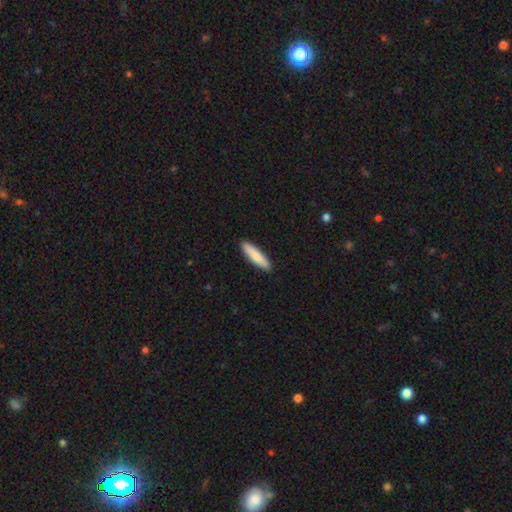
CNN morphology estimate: smooth_or_featured: smooth (p=0.81) [alt: featured or disk p=0.14]
how_rounded: cigar-shaped (p=0.78) [alt: in between p=0.21]
merging: none (p=0.91) [alt: minor disturbance p=0.07]